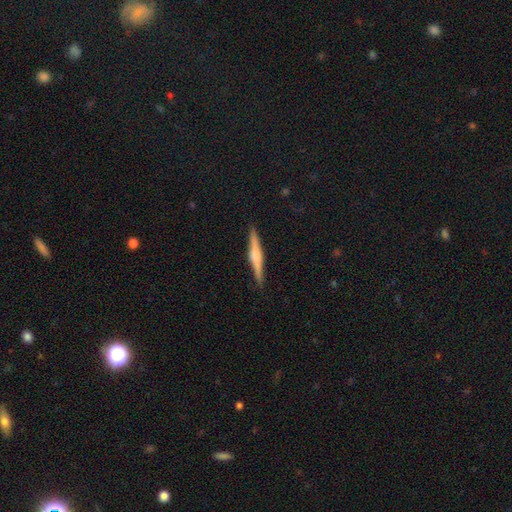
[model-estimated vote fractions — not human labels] Q: Smooth or featured?
A: featured or disk (62%); runner-up: smooth (32%)
Q: Edge-on disk?
A: yes (98%); runner-up: no (2%)
Q: Edge-on bulge?
A: rounded (71%); runner-up: boxy (17%)
Q: Merging?
A: none (90%); runner-up: minor disturbance (7%)